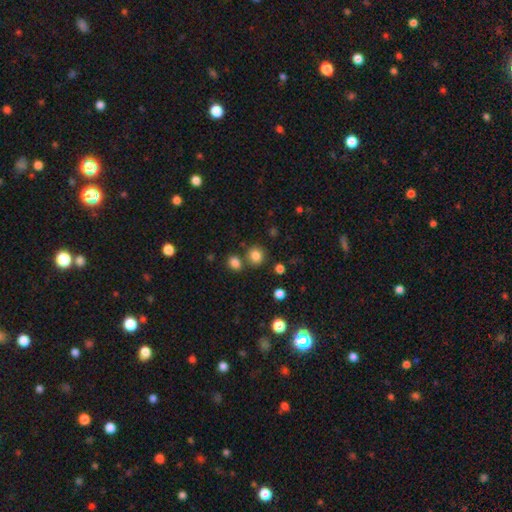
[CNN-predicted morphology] smooth_or_featured: smooth (p=0.83) [alt: star or artifact p=0.12]
how_rounded: round (p=0.83) [alt: in between p=0.16]
merging: none (p=0.75) [alt: merger p=0.13]